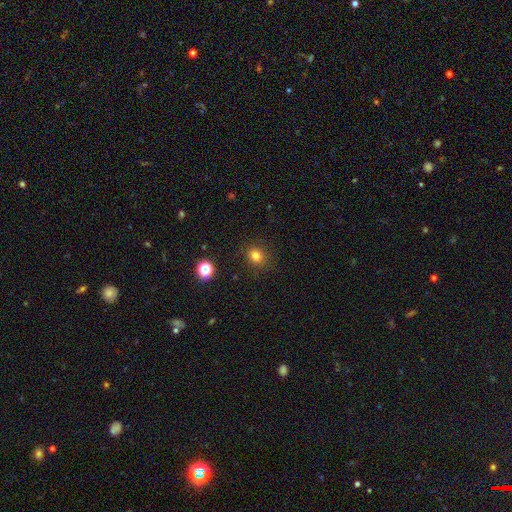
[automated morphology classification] Smooth or featured: smooth — 80% (star or artifact — 15%)
How rounded: round — 82% (in between — 17%)
Merging: none — 87% (minor disturbance — 9%)